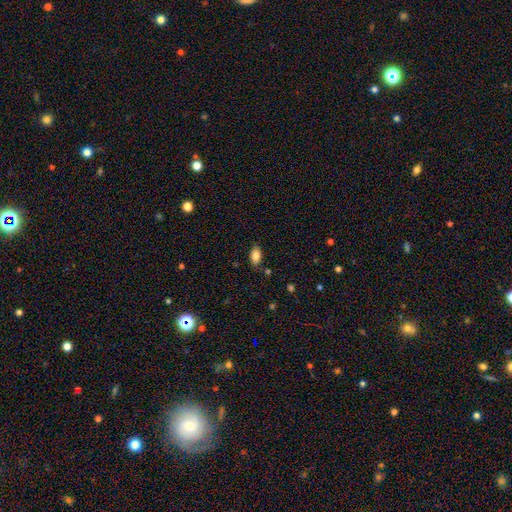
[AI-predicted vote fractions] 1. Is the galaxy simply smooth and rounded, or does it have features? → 83% smooth, 8% star or artifact, 8% featured or disk.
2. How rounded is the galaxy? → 92% in between, 5% round, 4% cigar-shaped.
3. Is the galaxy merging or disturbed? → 84% none, 11% minor disturbance, 2% major disturbance, 2% merger.